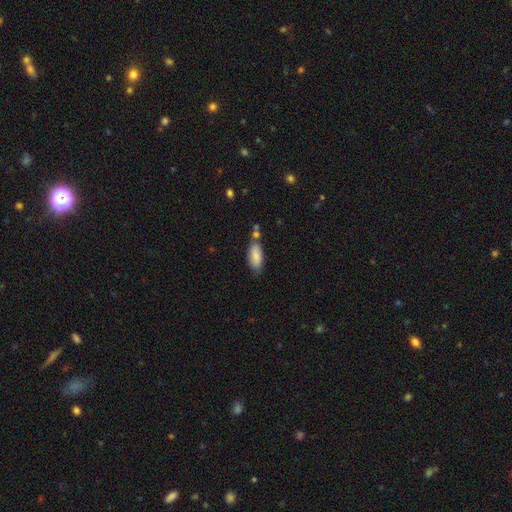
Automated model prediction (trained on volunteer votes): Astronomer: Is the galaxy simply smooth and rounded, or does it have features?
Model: smooth — 85%.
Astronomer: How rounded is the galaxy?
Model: in between — 83%.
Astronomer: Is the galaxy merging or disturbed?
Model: none — 62%.